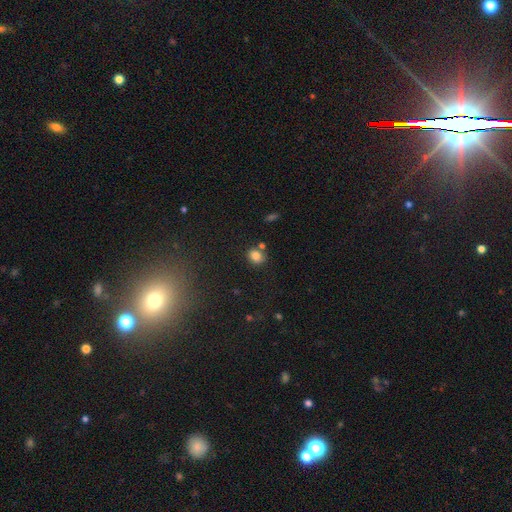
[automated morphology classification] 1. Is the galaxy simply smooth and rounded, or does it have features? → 81% smooth, 12% star or artifact, 7% featured or disk.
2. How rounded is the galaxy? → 62% round, 37% in between, 1% cigar-shaped.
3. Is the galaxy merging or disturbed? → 69% none, 14% merger, 13% minor disturbance, 4% major disturbance.